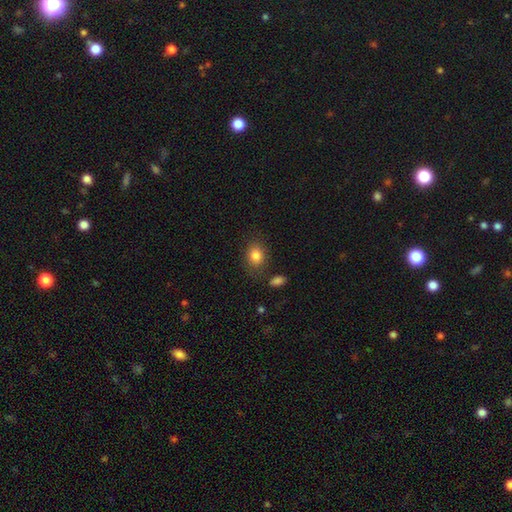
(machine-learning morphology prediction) Smooth or featured? smooth (83%)
How rounded? in between (53%)
Merging? none (79%)